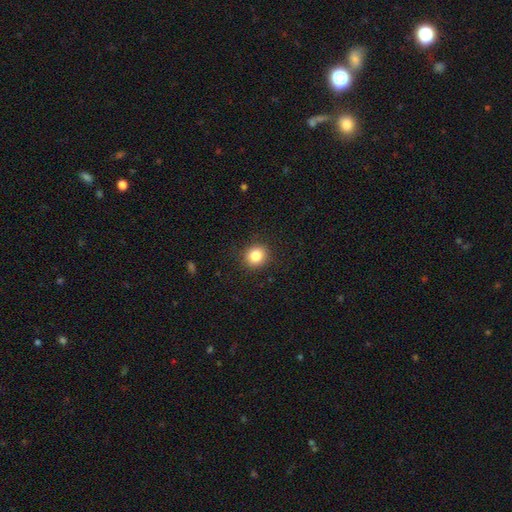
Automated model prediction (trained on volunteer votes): Smooth or featured? Predicted: smooth (p=0.84). How rounded? Predicted: round (p=0.85). Merging? Predicted: none (p=0.90).